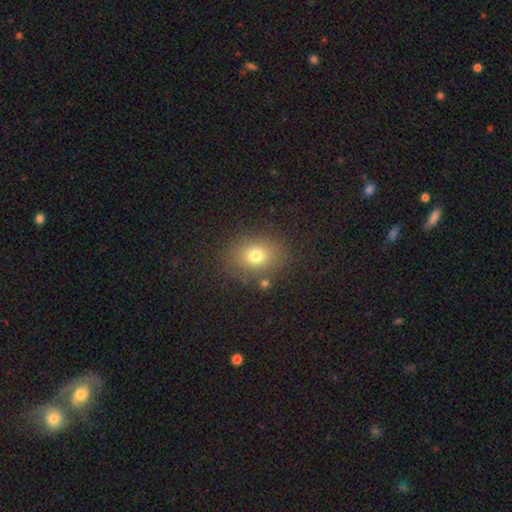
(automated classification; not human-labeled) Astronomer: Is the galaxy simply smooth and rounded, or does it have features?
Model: smooth — 73%.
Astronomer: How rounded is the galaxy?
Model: round — 51% (runner-up: in between, 48%).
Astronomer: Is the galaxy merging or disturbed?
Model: none — 83%.